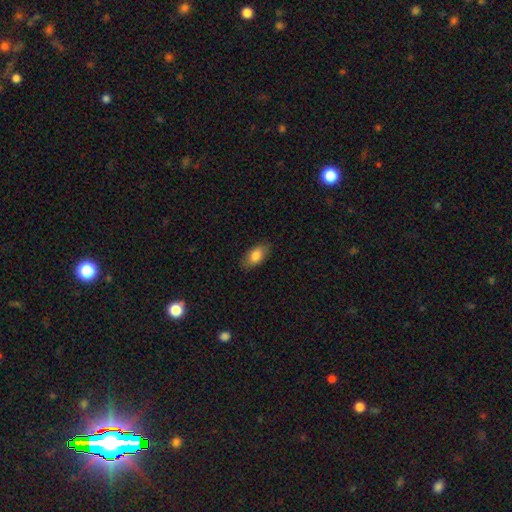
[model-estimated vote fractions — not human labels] Morphology: type=smooth (84%); roundness=in between (91%); merging=none (84%).